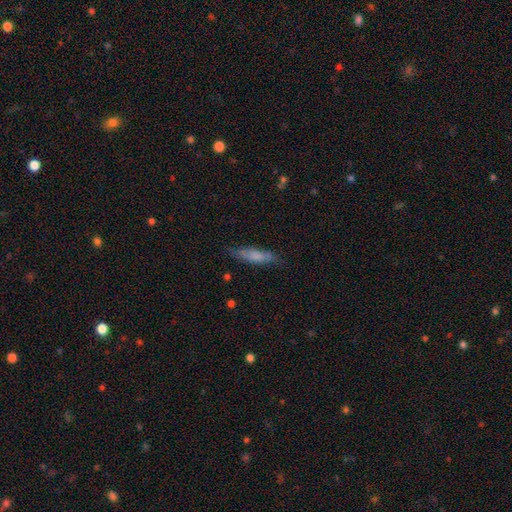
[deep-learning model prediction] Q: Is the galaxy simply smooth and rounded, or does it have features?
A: smooth — 67%.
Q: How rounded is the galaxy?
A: cigar-shaped — 75%.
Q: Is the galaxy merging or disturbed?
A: none — 73%.